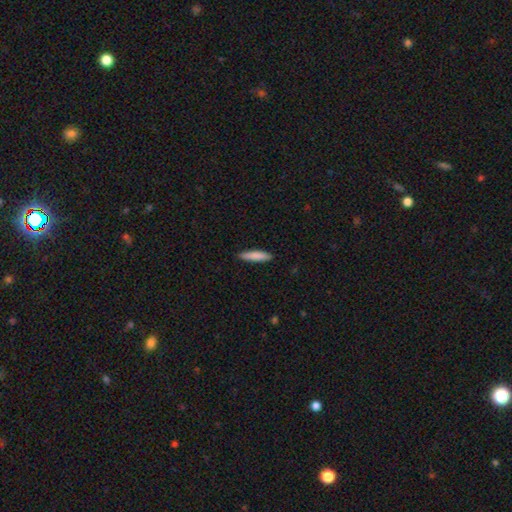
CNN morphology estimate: Smooth or featured? smooth (84%)
How rounded? cigar-shaped (84%)
Merging? none (90%)